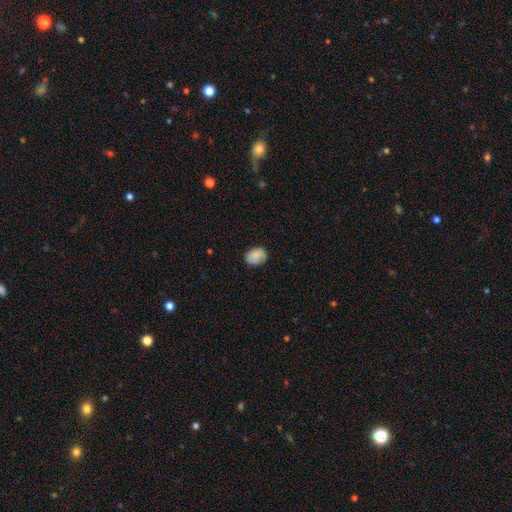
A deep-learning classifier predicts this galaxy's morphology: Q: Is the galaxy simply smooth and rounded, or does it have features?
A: smooth — 84%.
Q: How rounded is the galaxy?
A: in between — 66%.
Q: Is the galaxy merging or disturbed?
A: none — 74%.